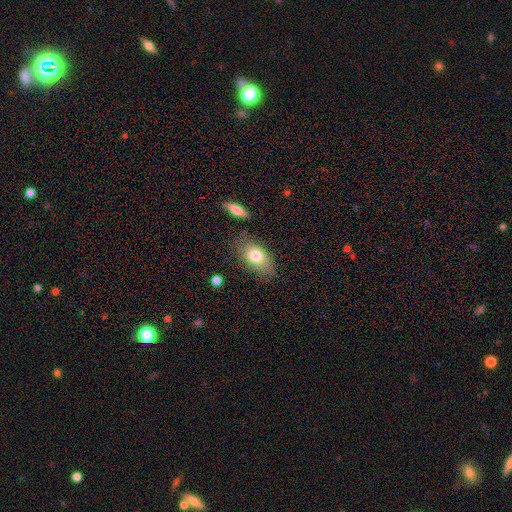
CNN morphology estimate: Overall: smooth (76%). How rounded: in between (88%). Merging: none (70%).